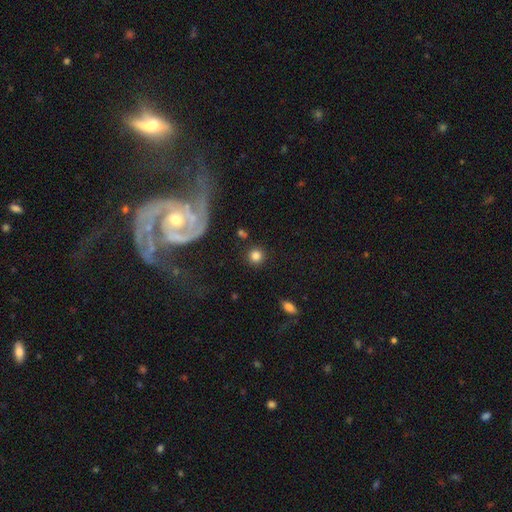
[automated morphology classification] Smooth or featured? smooth (81%)
How rounded? round (93%)
Merging? none (87%)